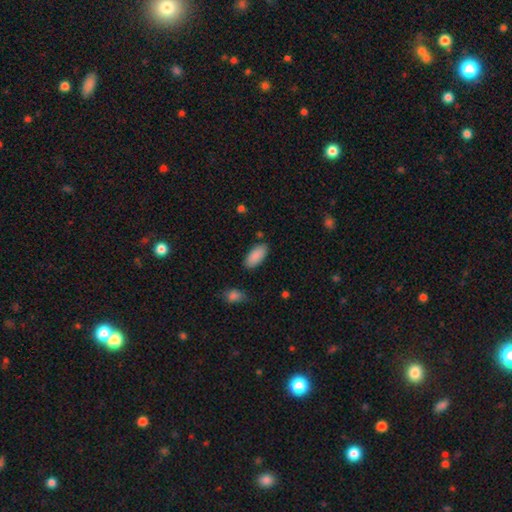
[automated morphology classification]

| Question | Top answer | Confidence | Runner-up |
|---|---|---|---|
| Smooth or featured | smooth | 89% | star or artifact (6%) |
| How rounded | in between | 89% | cigar-shaped (9%) |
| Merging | none | 84% | minor disturbance (11%) |